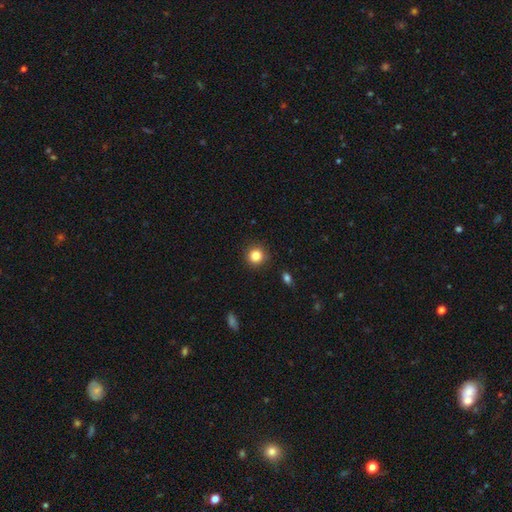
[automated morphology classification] A smooth galaxy with no disk features (85%) that is round (92%). Merging: none (90%).